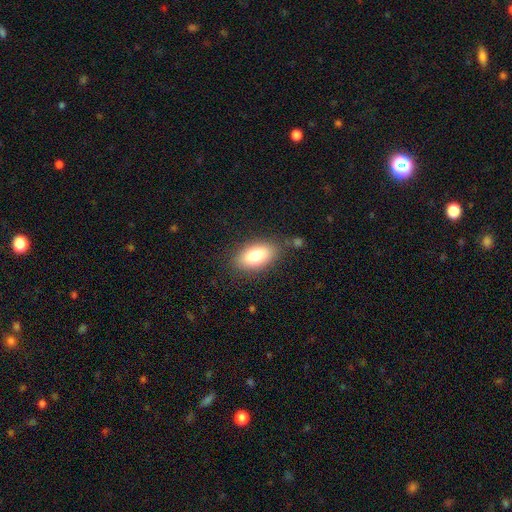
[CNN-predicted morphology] Smooth or featured? Predicted: smooth (p=0.80). How rounded? Predicted: in between (p=0.91). Merging? Predicted: none (p=0.81).